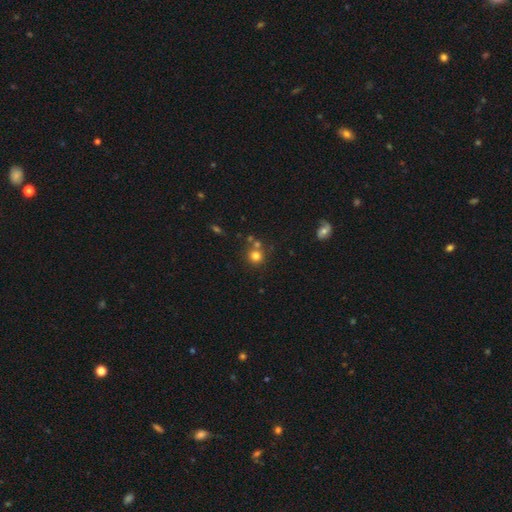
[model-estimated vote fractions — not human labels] Q: Smooth or featured?
A: smooth (77%); runner-up: star or artifact (14%)
Q: How rounded?
A: round (90%); runner-up: in between (9%)
Q: Merging?
A: none (66%); runner-up: merger (22%)